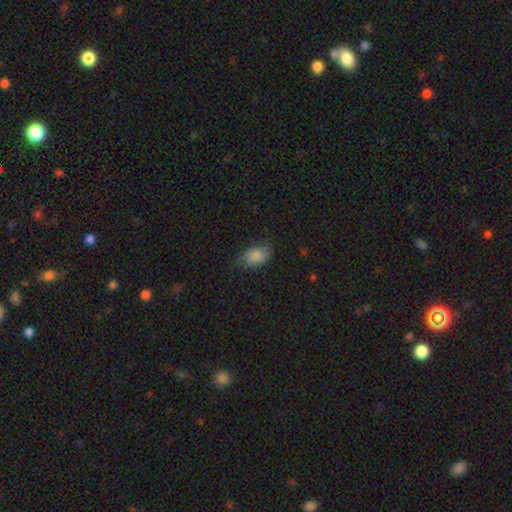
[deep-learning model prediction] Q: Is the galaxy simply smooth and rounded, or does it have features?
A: smooth — 81%.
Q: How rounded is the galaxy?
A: in between — 86%.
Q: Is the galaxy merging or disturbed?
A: none — 64%.